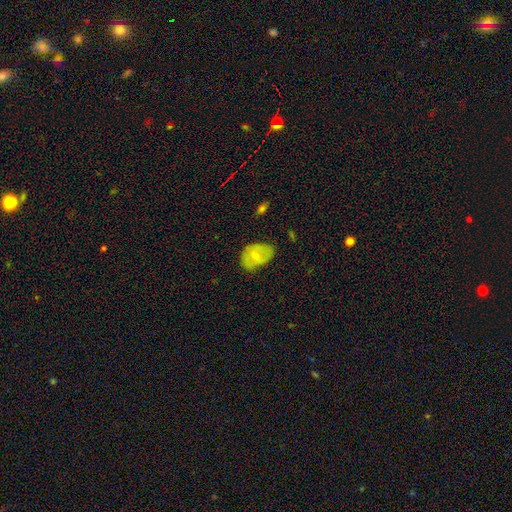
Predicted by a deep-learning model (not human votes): smooth_or_featured: smooth (p=0.65) [alt: featured or disk p=0.28]
how_rounded: in between (p=0.80) [alt: round p=0.19]
merging: none (p=0.61) [alt: minor disturbance p=0.29]